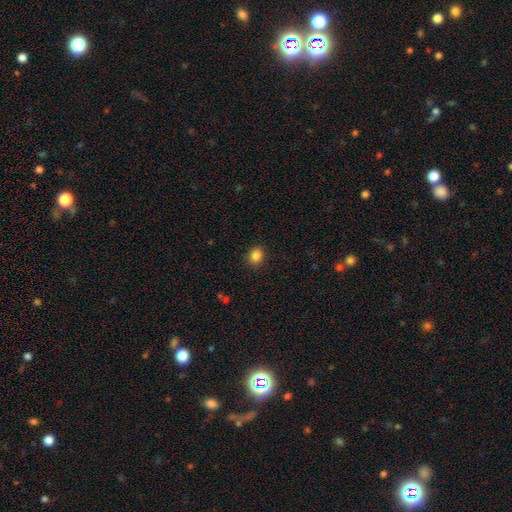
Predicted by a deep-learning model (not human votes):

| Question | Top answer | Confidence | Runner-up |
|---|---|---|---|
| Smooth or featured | smooth | 86% | star or artifact (10%) |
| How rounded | round | 63% | in between (36%) |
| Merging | none | 90% | minor disturbance (7%) |